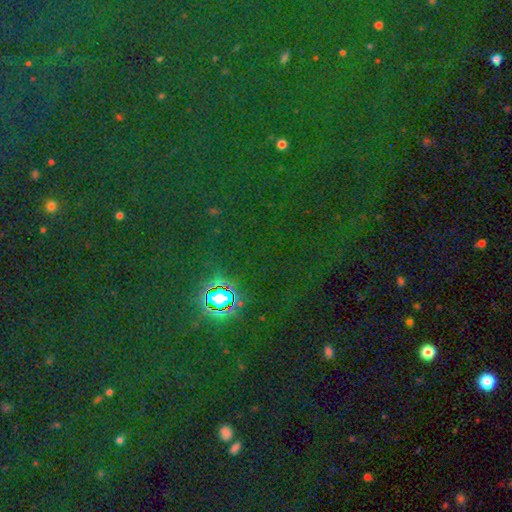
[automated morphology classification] Q: Smooth or featured?
A: star or artifact (82%); runner-up: smooth (11%)